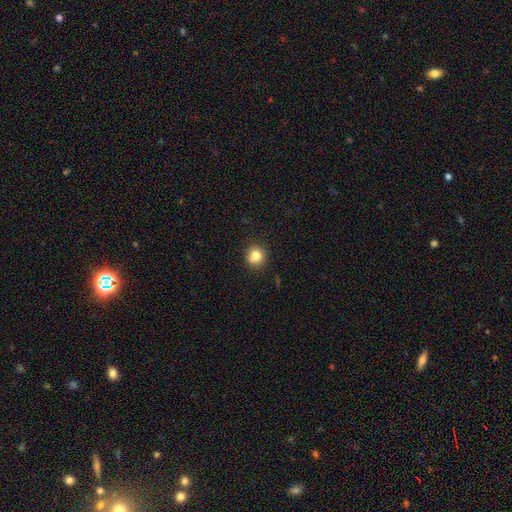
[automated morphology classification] Q: Smooth or featured?
A: smooth (82%); runner-up: star or artifact (11%)
Q: How rounded?
A: round (88%); runner-up: in between (11%)
Q: Merging?
A: none (88%); runner-up: minor disturbance (9%)